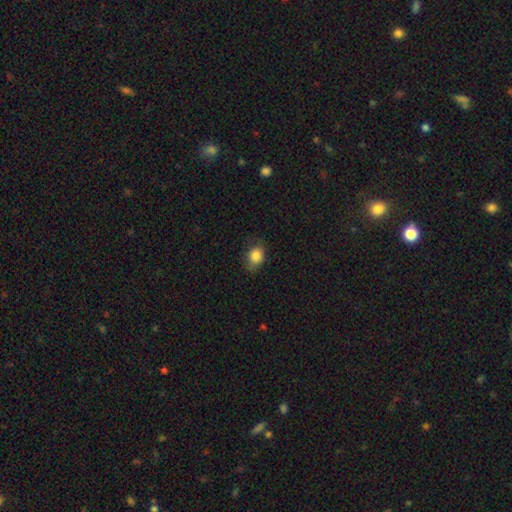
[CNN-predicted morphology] Smooth or featured? smooth (84%)
How rounded? in between (51%)
Merging? none (70%)